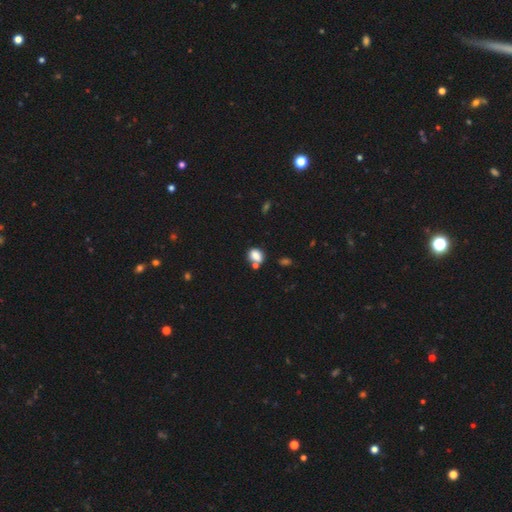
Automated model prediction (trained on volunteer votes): Smooth or featured? smooth (81%)
How rounded? in between (64%)
Merging? none (52%)